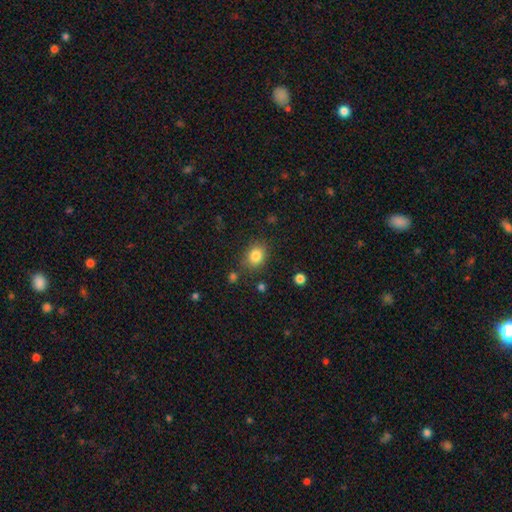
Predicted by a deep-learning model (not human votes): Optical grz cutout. It shows a smooth galaxy with no disk features (83%) that is round (52%). Merging: none (80%).